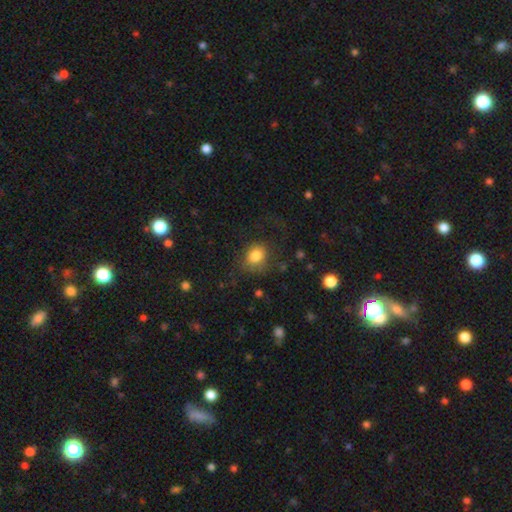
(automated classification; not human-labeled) Smooth or featured? Predicted: smooth (p=0.80). How rounded? Predicted: round (p=0.62). Merging? Predicted: none (p=0.63).